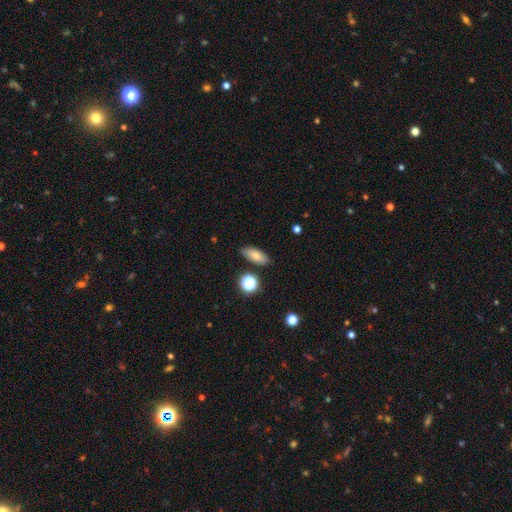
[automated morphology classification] Smooth or featured?
  - smooth: 77% *
  - featured or disk: 13%
  - star or artifact: 10%
How rounded?
  - in between: 80% *
  - cigar-shaped: 14%
  - round: 6%
Merging?
  - none: 83% *
  - minor disturbance: 11%
  - merger: 3%
  - major disturbance: 3%